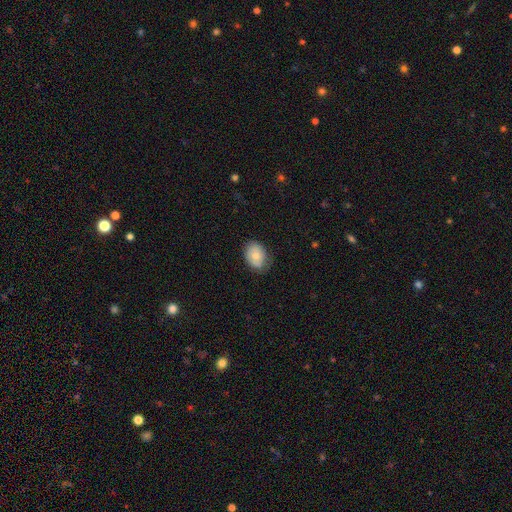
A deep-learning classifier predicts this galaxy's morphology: A smooth galaxy with no disk features (74%) that is in between round and cigar-shaped (75%).

Vote fractions:
- Smooth or featured? smooth: 74% / featured or disk: 19% / star or artifact: 7%
- How rounded? in between: 75% / round: 24% / cigar-shaped: 1%
- Merging? none: 74% / minor disturbance: 21% / major disturbance: 4% / merger: 1%